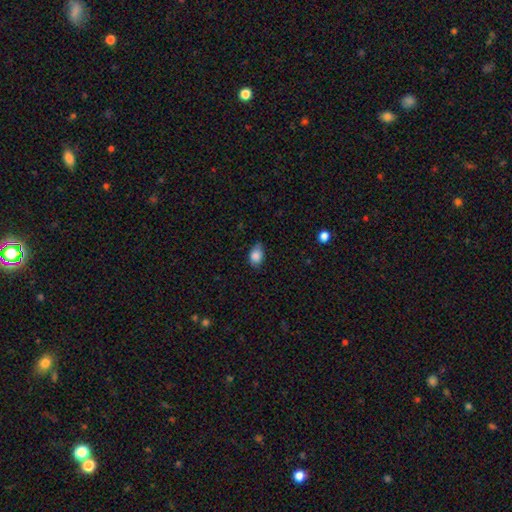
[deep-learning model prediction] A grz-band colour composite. It shows a smooth galaxy with no disk features (86%) that is in between round and cigar-shaped (81%). Merging: none (69%).